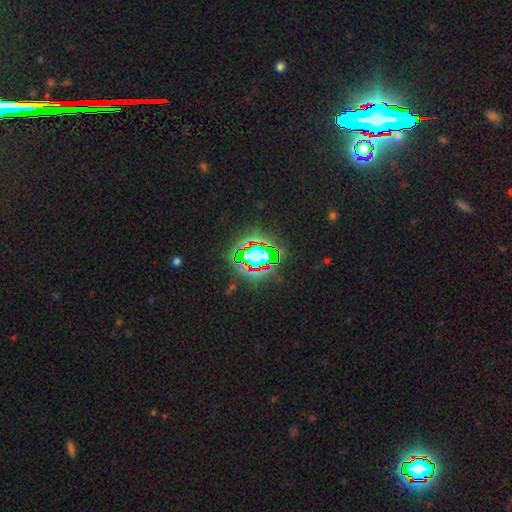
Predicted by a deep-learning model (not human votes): smooth_or_featured: star or artifact (p=0.67) [alt: smooth p=0.20]